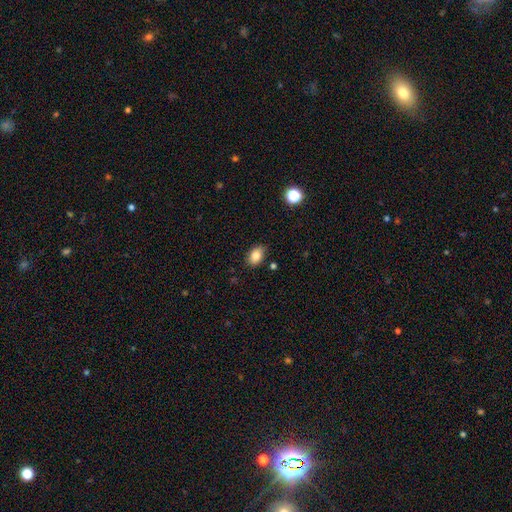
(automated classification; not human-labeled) Smooth or featured? Predicted: smooth (p=0.85). How rounded? Predicted: in between (p=0.81). Merging? Predicted: none (p=0.82).